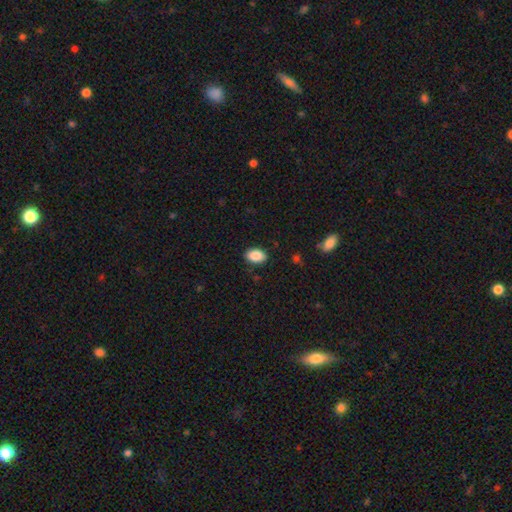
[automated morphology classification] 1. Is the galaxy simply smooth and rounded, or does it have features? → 89% smooth, 7% star or artifact, 4% featured or disk.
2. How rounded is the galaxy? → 89% in between, 10% round, 1% cigar-shaped.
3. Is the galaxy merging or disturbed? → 87% none, 9% minor disturbance, 2% major disturbance, 1% merger.